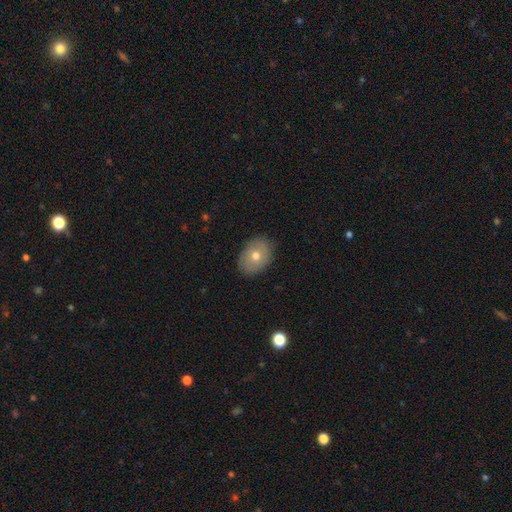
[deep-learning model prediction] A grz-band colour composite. It shows a smooth galaxy with no disk features (63%) that is in between round and cigar-shaped (74%). Merging: none (85%).